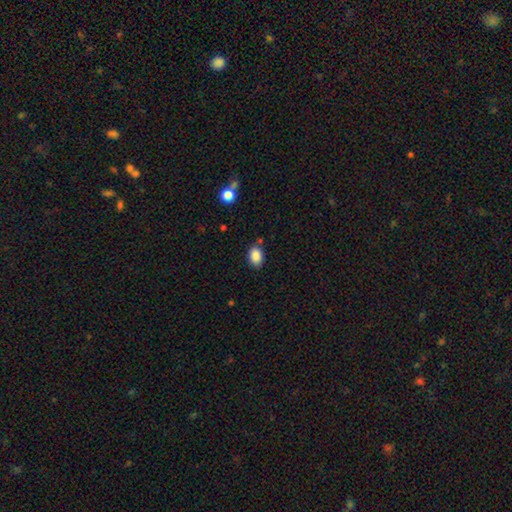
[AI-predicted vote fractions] A smooth galaxy with no disk features (88%) that is in between round and cigar-shaped (77%).

Vote fractions:
- Smooth or featured? smooth: 88% / star or artifact: 9% / featured or disk: 4%
- How rounded? in between: 77% / round: 22% / cigar-shaped: 1%
- Merging? none: 79% / minor disturbance: 14% / merger: 4% / major disturbance: 3%